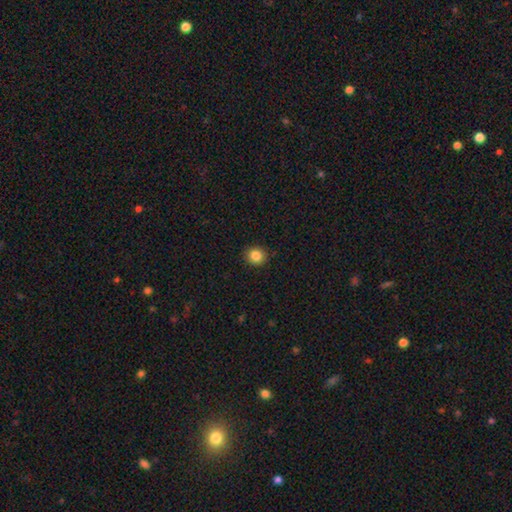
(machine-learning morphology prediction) A smooth galaxy with no disk features (84%) that is round (82%).

Vote fractions:
- Smooth or featured? smooth: 84% / star or artifact: 11% / featured or disk: 5%
- How rounded? round: 82% / in between: 17% / cigar-shaped: 1%
- Merging? none: 90% / minor disturbance: 7% / major disturbance: 2% / merger: 1%